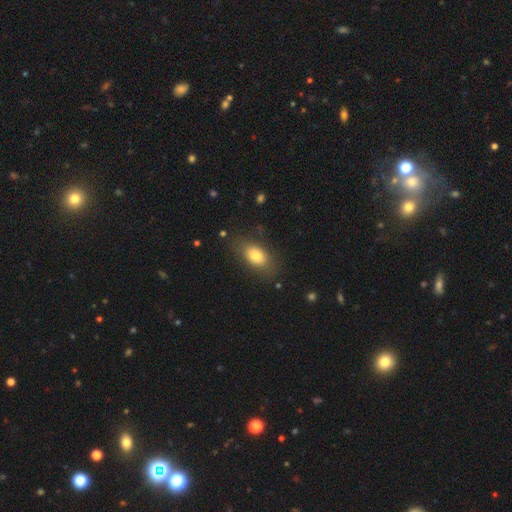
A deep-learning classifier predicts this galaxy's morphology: smooth 78%, featured or disk 14%, star or artifact 8%. Down the decision tree: how rounded — in between (87%); merging — none (80%).